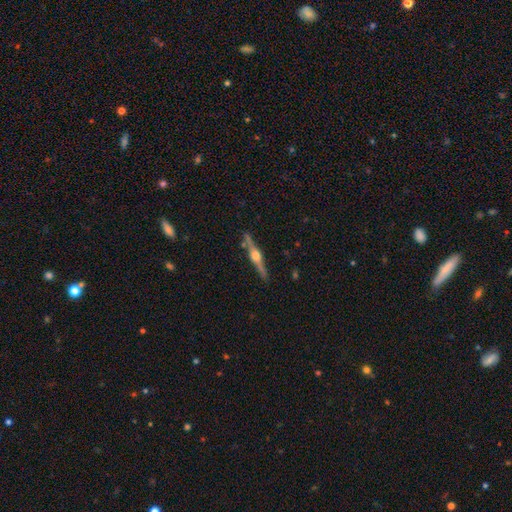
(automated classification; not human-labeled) A featured or disk galaxy (83%) viewed edge-on (98%) with a rounded central bulge (94%). Merging: none (87%).